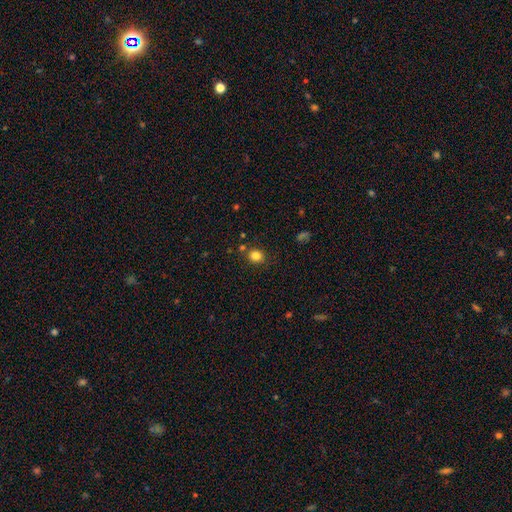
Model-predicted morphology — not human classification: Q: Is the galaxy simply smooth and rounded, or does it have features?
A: smooth — 82%.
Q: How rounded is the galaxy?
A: round — 75%.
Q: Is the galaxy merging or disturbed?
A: none — 81%.